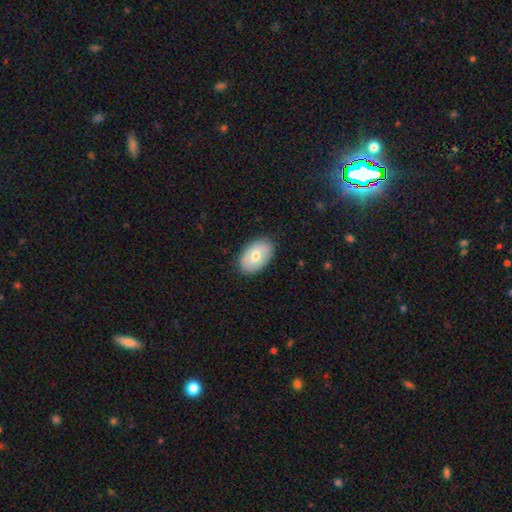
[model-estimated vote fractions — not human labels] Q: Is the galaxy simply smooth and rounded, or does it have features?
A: smooth — 68%.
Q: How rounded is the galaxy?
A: in between — 90%.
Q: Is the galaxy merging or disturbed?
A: none — 85%.